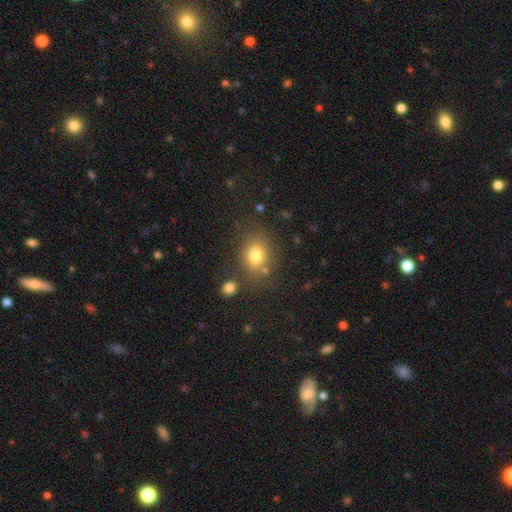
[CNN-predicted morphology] type=smooth (78%); roundness=in between (52%); merging=none (73%).